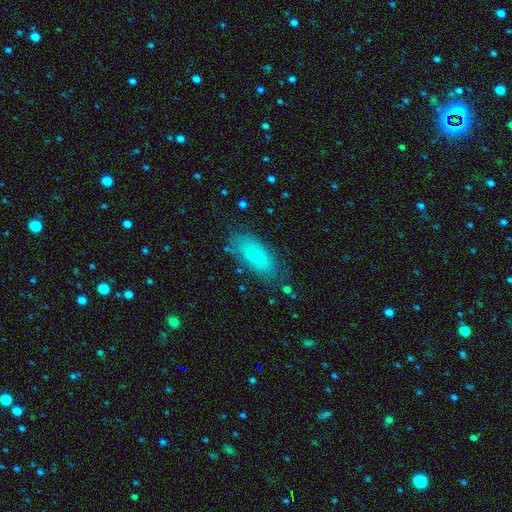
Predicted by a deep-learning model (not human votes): Smooth or featured?
  - smooth: 53% *
  - featured or disk: 38%
  - star or artifact: 9%
How rounded?
  - in between: 85% *
  - cigar-shaped: 11%
  - round: 4%
Merging?
  - none: 76% *
  - minor disturbance: 18%
  - major disturbance: 5%
  - merger: 2%